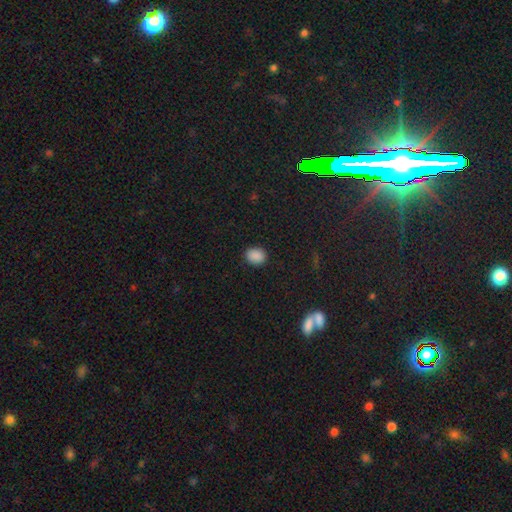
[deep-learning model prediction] A smooth galaxy with no disk features (87%) that is in between round and cigar-shaped (54%). Merging: none (88%).